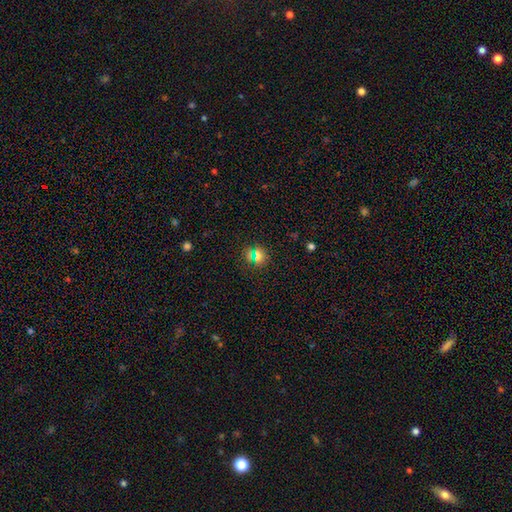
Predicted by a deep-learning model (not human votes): Morphology: type=smooth (60%); roundness=round (85%); merging=none (84%).